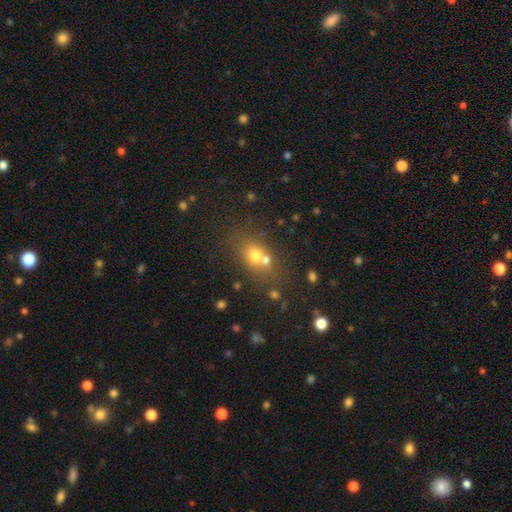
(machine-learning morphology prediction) Smooth or featured?
  - smooth: 67% *
  - star or artifact: 17%
  - featured or disk: 16%
How rounded?
  - round: 56% *
  - in between: 42%
  - cigar-shaped: 2%
Merging?
  - none: 46% *
  - merger: 40%
  - minor disturbance: 9%
  - major disturbance: 5%